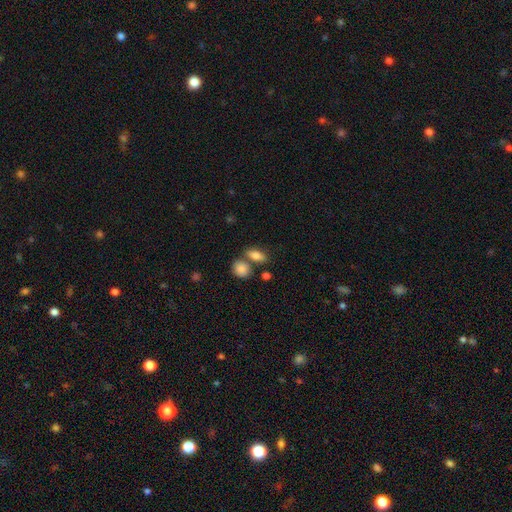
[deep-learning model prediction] Smooth or featured: smooth — 82% (featured or disk — 10%)
How rounded: in between — 77% (round — 11%)
Merging: none — 60% (merger — 24%)